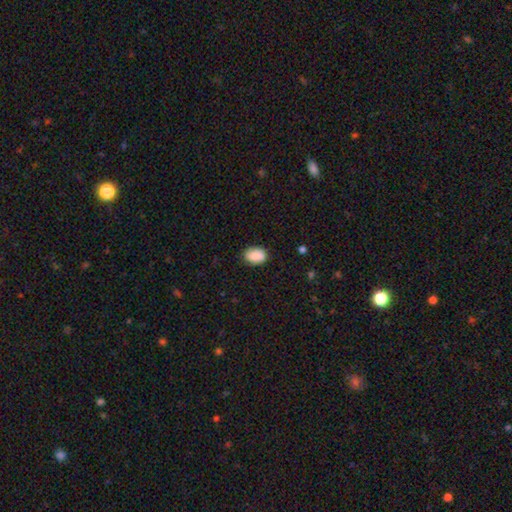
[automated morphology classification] smooth_or_featured: smooth (p=0.86) [alt: star or artifact p=0.07]
how_rounded: in between (p=0.78) [alt: round p=0.21]
merging: none (p=0.80) [alt: minor disturbance p=0.15]